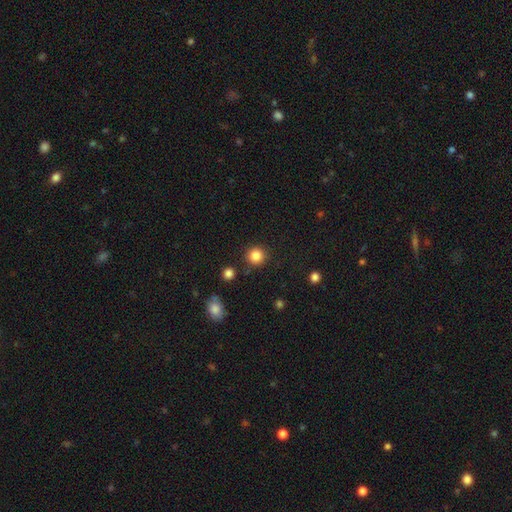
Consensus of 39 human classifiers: This appears to be a smooth galaxy with no disk features (90%) that is round (97%). Merging: none (87%).